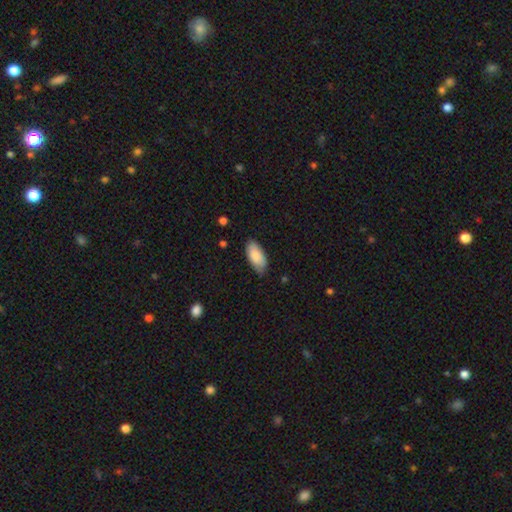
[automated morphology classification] Smooth or featured? smooth (86%)
How rounded? in between (93%)
Merging? none (76%)